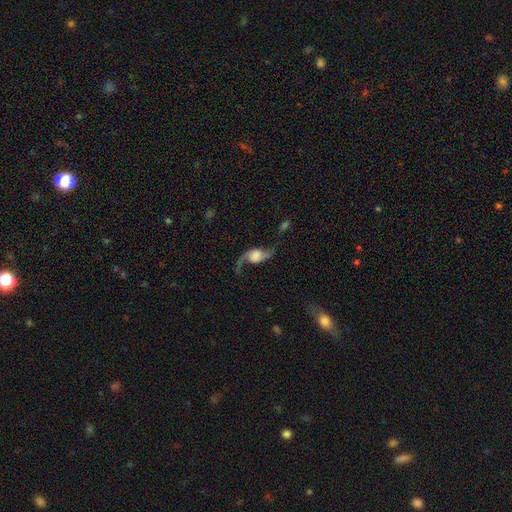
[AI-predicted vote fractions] smooth_or_featured: featured or disk (p=0.82) [alt: smooth p=0.11]
disk_edge_on: no (p=0.94) [alt: yes p=0.06]
bar: no (p=0.60) [alt: weak p=0.29]
has_spiral_arms: yes (p=0.95) [alt: no p=0.05]
spiral_winding: loose (p=0.88) [alt: medium p=0.10]
spiral_arm_count: 2 (p=0.92) [alt: 1 p=0.04]
bulge_size: large (p=0.37) [alt: none p=0.23]
merging: none (p=0.64) [alt: minor disturbance p=0.16]